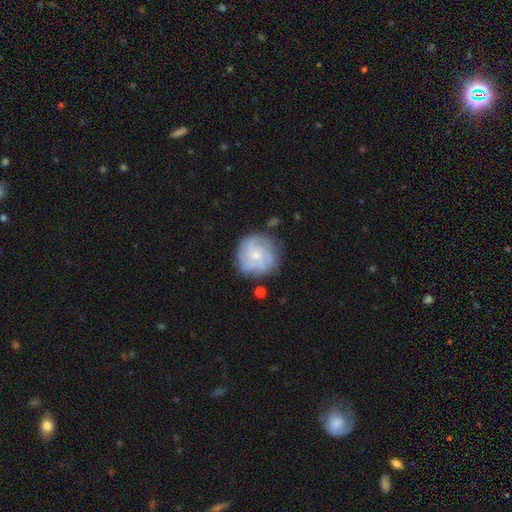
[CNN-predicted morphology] Q: Smooth or featured?
A: featured or disk (75%); runner-up: smooth (18%)
Q: Edge-on disk?
A: no (98%); runner-up: yes (2%)
Q: Bar?
A: no (74%); runner-up: weak (23%)
Q: Spiral arms?
A: yes (93%); runner-up: no (7%)
Q: Spiral winding?
A: tight (58%); runner-up: medium (33%)
Q: Spiral arm count?
A: 4 (30%); runner-up: can't tell (27%)
Q: Bulge size?
A: small (64%); runner-up: moderate (30%)
Q: Merging?
A: none (78%); runner-up: minor disturbance (15%)